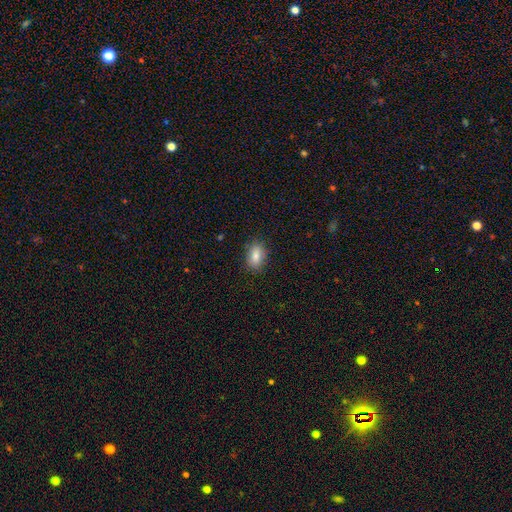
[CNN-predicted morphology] This appears to be a smooth galaxy with no disk features (84%) that is in between round and cigar-shaped (86%). Merging: none (86%).